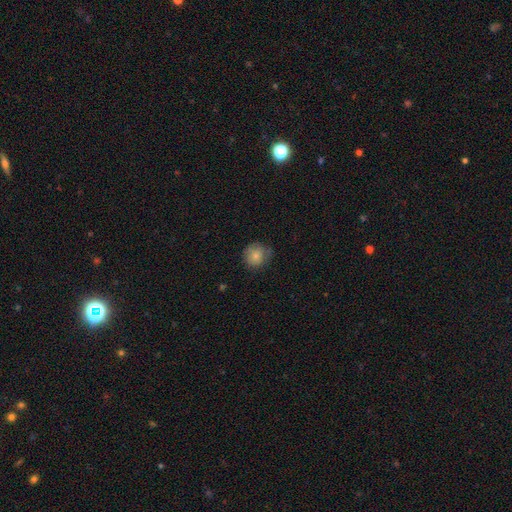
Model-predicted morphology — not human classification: Smooth or featured? Predicted: smooth (p=0.79). How rounded? Predicted: round (p=0.88). Merging? Predicted: none (p=0.66).